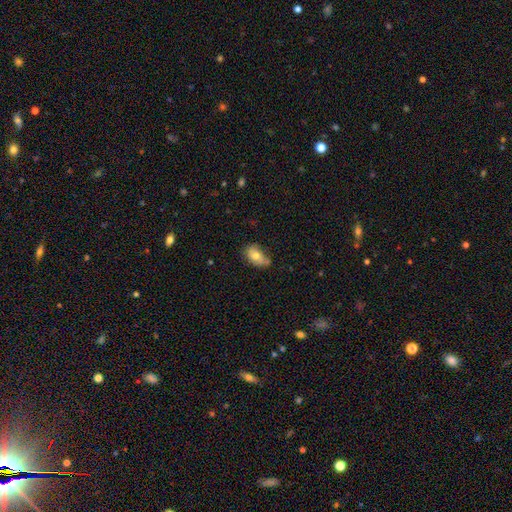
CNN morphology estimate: A smooth galaxy with no disk features (70%) that is in between round and cigar-shaped (86%).

Vote fractions:
- Smooth or featured? smooth: 70% / featured or disk: 22% / star or artifact: 8%
- How rounded? in between: 86% / round: 12% / cigar-shaped: 2%
- Merging? none: 45% / minor disturbance: 37% / major disturbance: 10% / merger: 7%